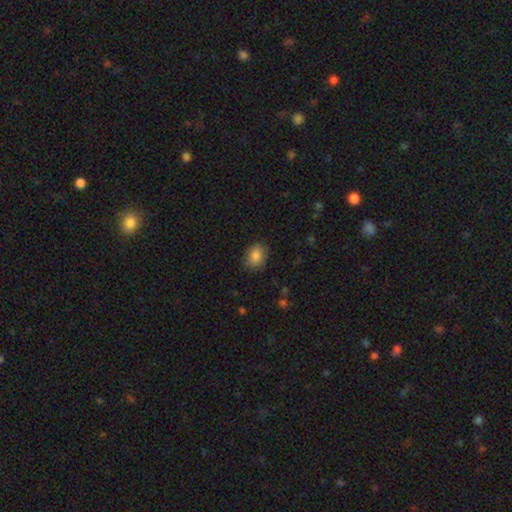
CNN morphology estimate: Overall: smooth (86%). How rounded: in between (67%; round 32%). Merging: none (82%).